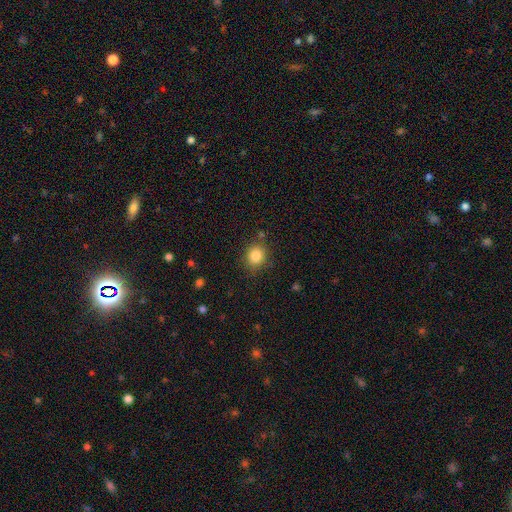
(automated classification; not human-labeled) This appears to be a smooth galaxy with no disk features (84%) that is round (77%). Merging: none (83%).